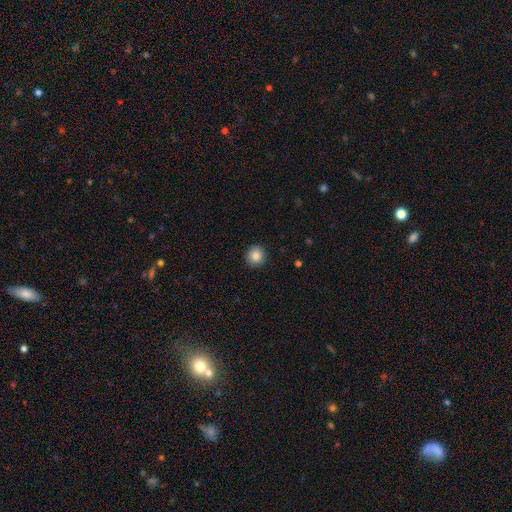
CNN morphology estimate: A smooth galaxy with no disk features (86%) that is round (94%). Merging: none (91%).